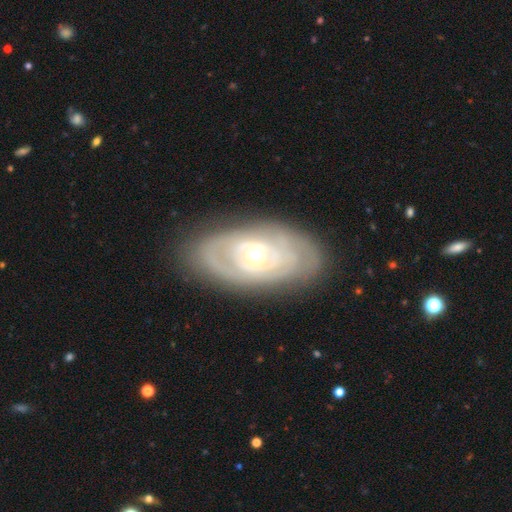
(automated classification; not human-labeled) This is likely a featured or disk galaxy (80%). It is clearly not viewed edge-on (92%). Bar: likely no (76%). Spiral arm pattern: likely yes (65%). Central bulge: likely moderate (64%). Merging: clearly none (81%).